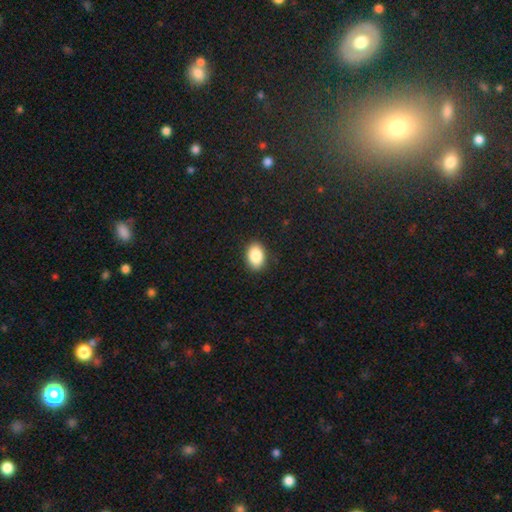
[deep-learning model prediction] Overall: smooth (88%). How rounded: in between (84%). Merging: none (89%).